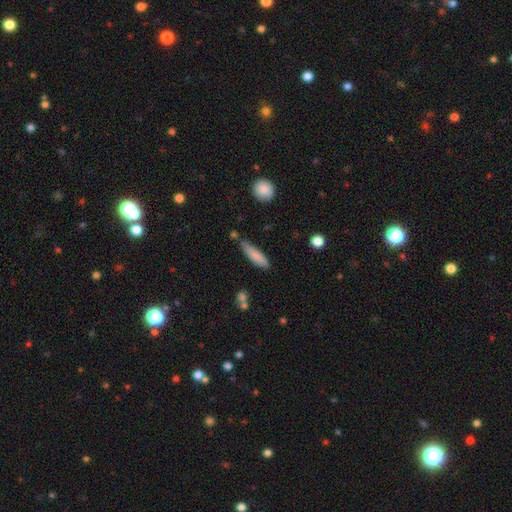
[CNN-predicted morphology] Overall: smooth (81%). How rounded: cigar-shaped (70%). Merging: none (62%; minor disturbance 27%).